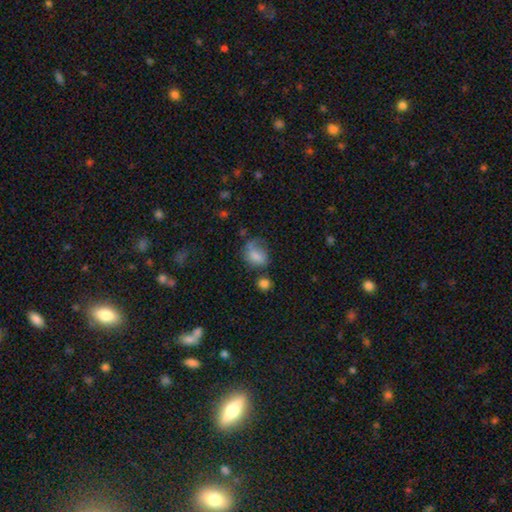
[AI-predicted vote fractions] Q: Smooth or featured?
A: smooth (77%); runner-up: featured or disk (12%)
Q: How rounded?
A: in between (62%); runner-up: round (37%)
Q: Merging?
A: none (42%); runner-up: minor disturbance (30%)